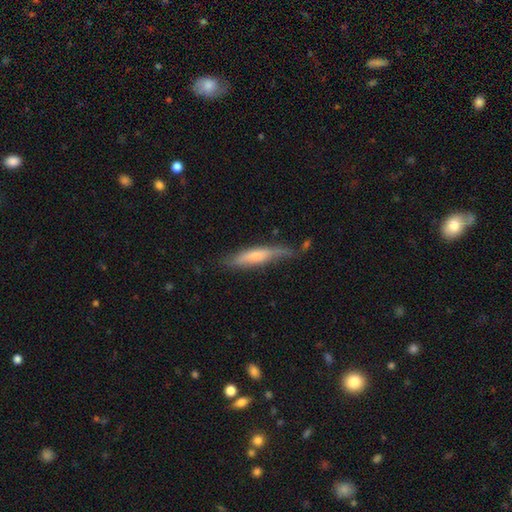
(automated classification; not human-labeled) The model was most divided on "smooth or featured": smooth: 59%, featured or disk: 35%, star or artifact: 6%. More confident: how rounded — cigar-shaped (84%); merging — none (57%).